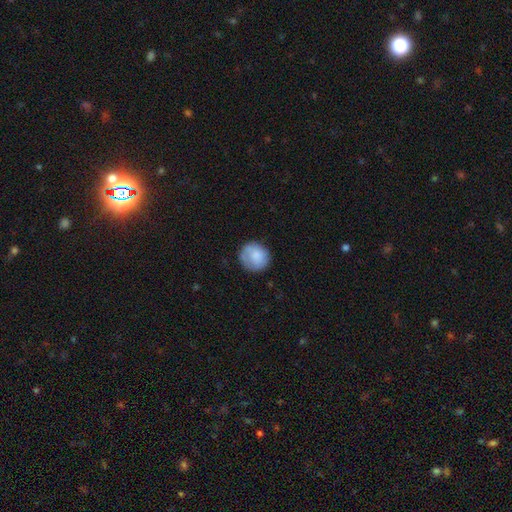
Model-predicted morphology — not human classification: This is likely a smooth galaxy (80%). How rounded: clearly round (88%). Merging: likely none (74%).